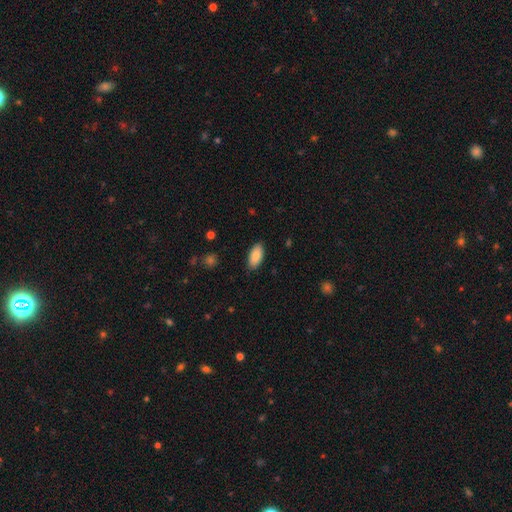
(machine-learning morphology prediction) This is clearly a smooth galaxy (87%). How rounded: clearly in between (92%). Merging: clearly none (86%).